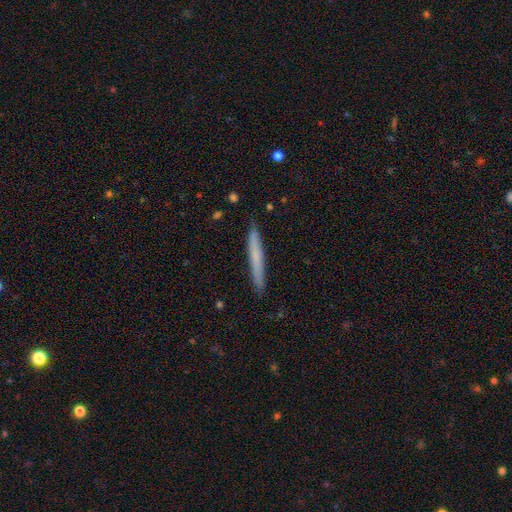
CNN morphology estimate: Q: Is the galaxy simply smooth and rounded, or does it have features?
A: smooth — 63%.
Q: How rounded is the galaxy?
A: cigar-shaped — 97%.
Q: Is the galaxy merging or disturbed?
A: none — 90%.